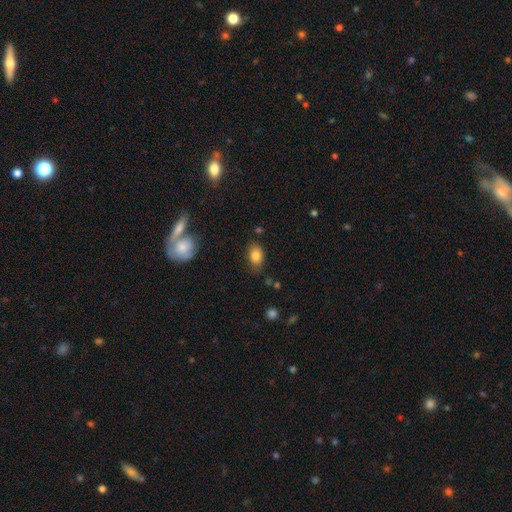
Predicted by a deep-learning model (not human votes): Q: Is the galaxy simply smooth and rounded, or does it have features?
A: smooth — 83%.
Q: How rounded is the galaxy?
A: in between — 84%.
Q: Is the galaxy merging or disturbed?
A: none — 75%.